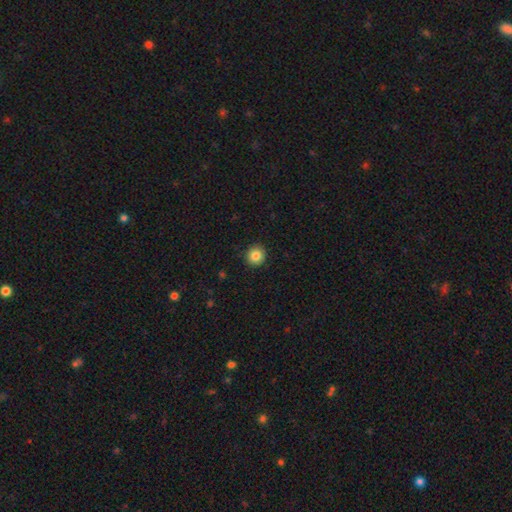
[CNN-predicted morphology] Q: Smooth or featured?
A: smooth (84%); runner-up: star or artifact (10%)
Q: How rounded?
A: round (93%); runner-up: in between (6%)
Q: Merging?
A: none (92%); runner-up: minor disturbance (5%)